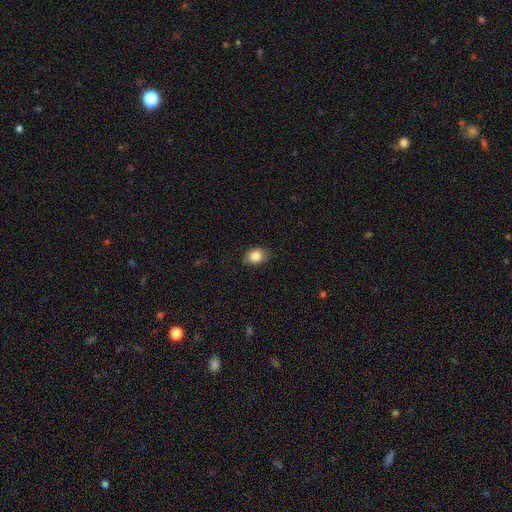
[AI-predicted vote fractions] Smooth or featured: smooth — 84% (star or artifact — 9%)
How rounded: in between — 57% (round — 42%)
Merging: none — 80% (minor disturbance — 16%)